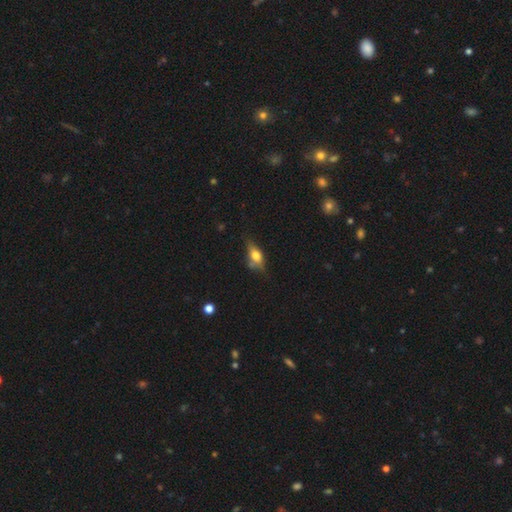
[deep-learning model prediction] smooth_or_featured: smooth (p=0.65) [alt: featured or disk p=0.26]
how_rounded: in between (p=0.78) [alt: cigar-shaped p=0.14]
merging: none (p=0.48) [alt: minor disturbance p=0.32]